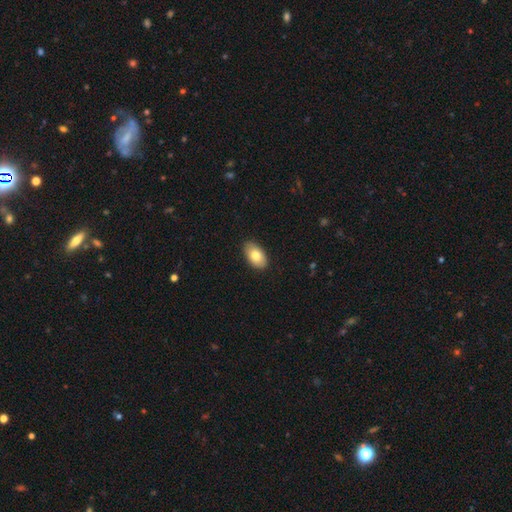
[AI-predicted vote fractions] smooth 79%, featured or disk 14%, star or artifact 7%. Down the decision tree: how rounded — in between (93%); merging — none (87%).